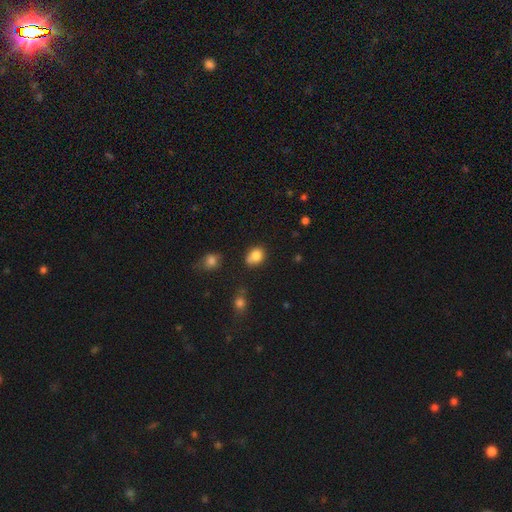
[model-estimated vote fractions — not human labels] Smooth or featured: smooth — 81% (star or artifact — 10%)
How rounded: round — 52% (in between — 47%)
Merging: none — 60% (minor disturbance — 23%)